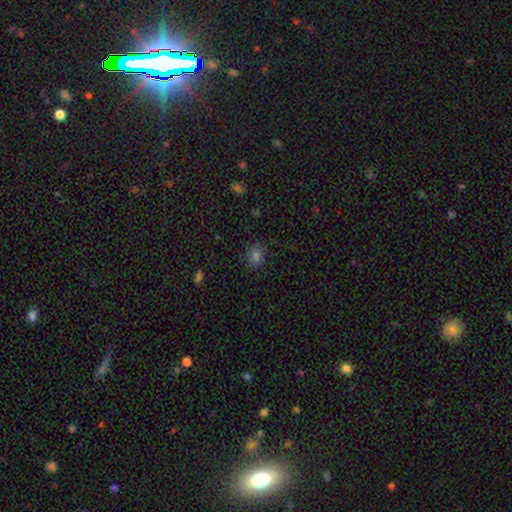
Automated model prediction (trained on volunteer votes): Overall: smooth (76%). How rounded: round (62%; in between 36%). Merging: none (85%).